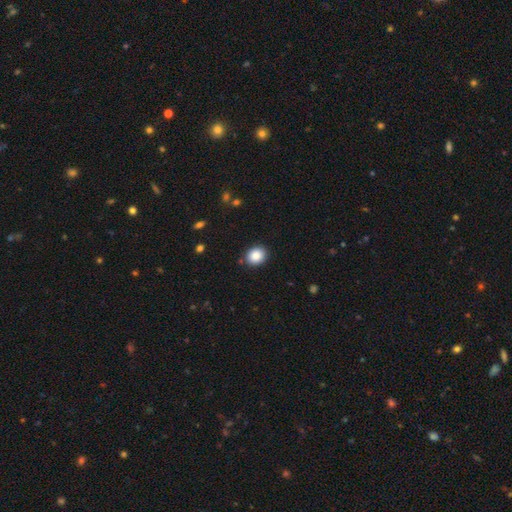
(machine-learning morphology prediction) type=smooth (87%); roundness=round (65%); merging=none (88%).